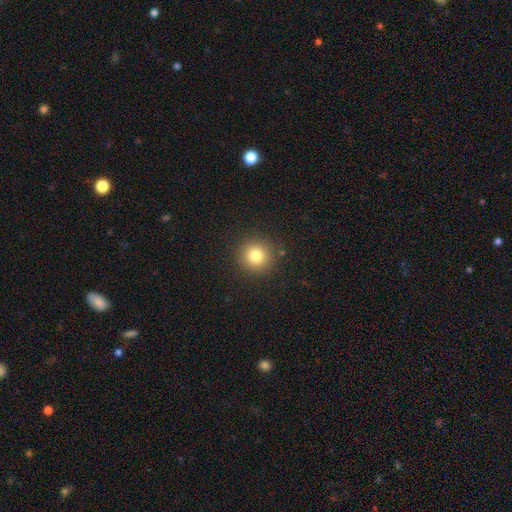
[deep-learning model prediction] Q: Smooth or featured?
A: smooth (81%); runner-up: star or artifact (12%)
Q: How rounded?
A: round (94%); runner-up: in between (5%)
Q: Merging?
A: none (90%); runner-up: minor disturbance (6%)